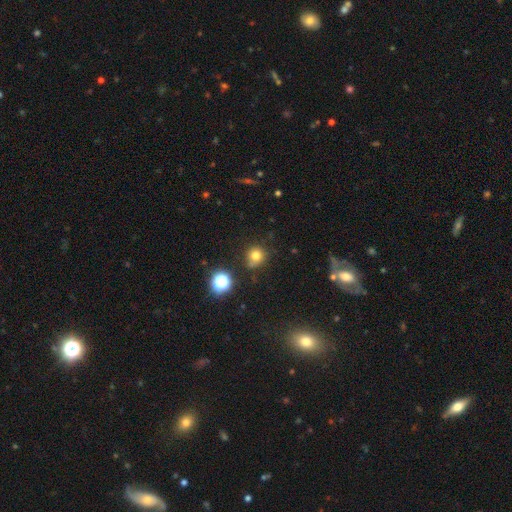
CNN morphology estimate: A smooth galaxy with no disk features (75%) that is round (89%).

Vote fractions:
- Smooth or featured? smooth: 75% / star or artifact: 17% / featured or disk: 8%
- How rounded? round: 89% / in between: 10% / cigar-shaped: 1%
- Merging? none: 74% / minor disturbance: 16% / merger: 5% / major disturbance: 4%